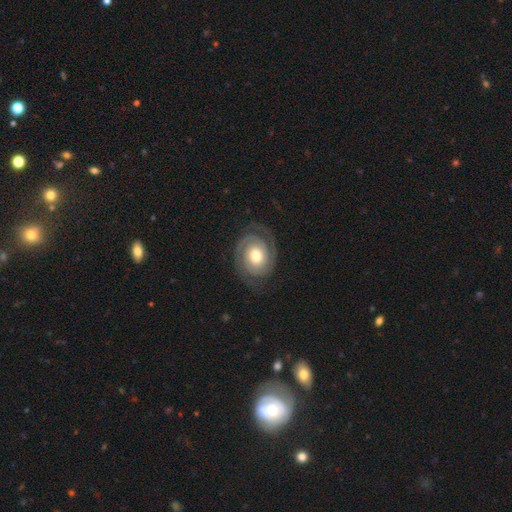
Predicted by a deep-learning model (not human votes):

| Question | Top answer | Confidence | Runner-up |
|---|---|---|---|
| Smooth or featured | featured or disk | 85% | smooth (10%) |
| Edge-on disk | no | 97% | yes (3%) |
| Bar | no | 73% | weak (21%) |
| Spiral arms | yes | 96% | no (4%) |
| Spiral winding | tight | 68% | medium (26%) |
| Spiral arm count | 2 | 86% | can't tell (5%) |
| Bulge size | moderate | 70% | large (16%) |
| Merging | none | 80% | minor disturbance (13%) |